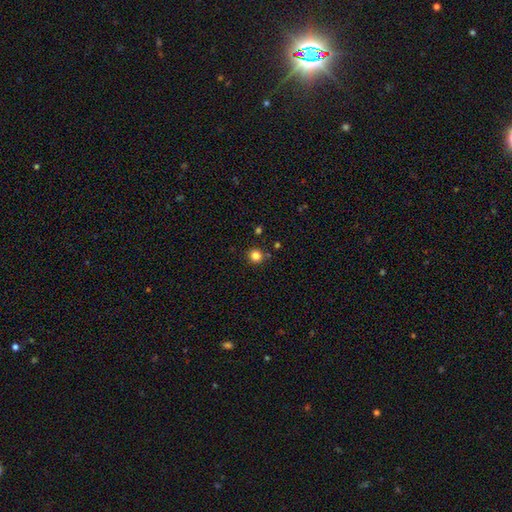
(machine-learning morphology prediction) smooth-or-featured: smooth: 82% | star or artifact: 13% | featured or disk: 5%
  how-rounded: round: 93% | in between: 6% | cigar-shaped: 1%
  merging: none: 88% | minor disturbance: 7% | merger: 3% | major disturbance: 2%